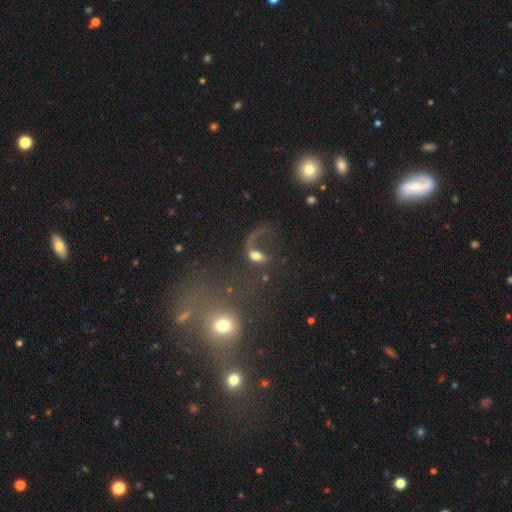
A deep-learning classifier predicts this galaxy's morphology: The model was most divided on "smooth or featured": featured or disk: 50%, smooth: 38%, star or artifact: 12%. Remaining: edge-on disk — no (90%); merging — major disturbance (46%).